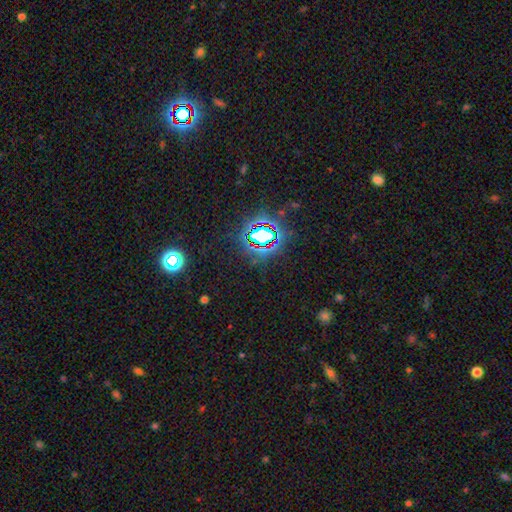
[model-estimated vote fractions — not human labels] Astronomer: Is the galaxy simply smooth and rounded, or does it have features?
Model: star or artifact — 82%.